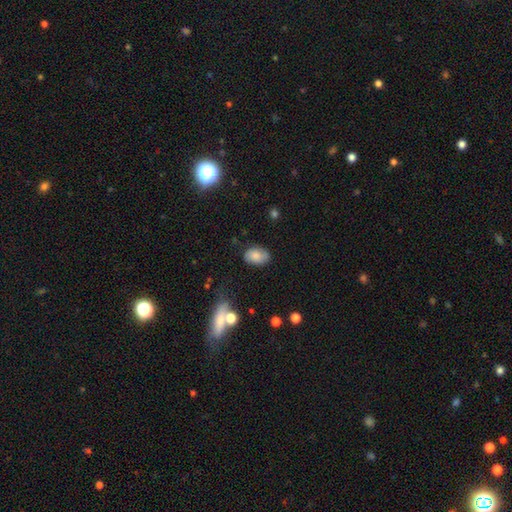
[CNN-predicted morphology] type=smooth (74%); roundness=in between (86%); merging=none (74%).